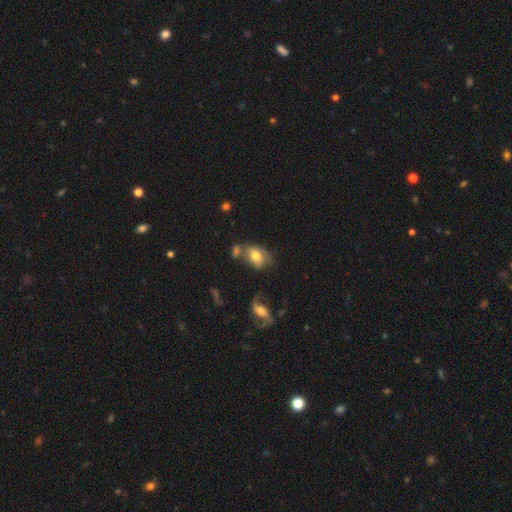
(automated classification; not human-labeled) Smooth or featured? Predicted: smooth (p=0.67). How rounded? Predicted: in between (p=0.85). Merging? Predicted: none (p=0.43).